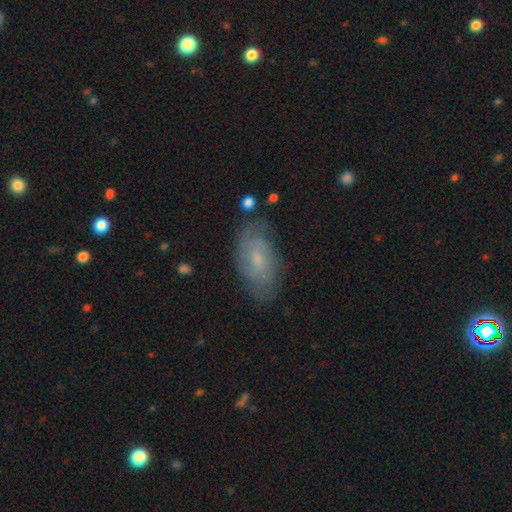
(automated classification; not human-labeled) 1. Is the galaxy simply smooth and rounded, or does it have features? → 41% featured or disk, 39% smooth, 20% star or artifact.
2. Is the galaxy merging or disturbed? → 81% none, 13% minor disturbance, 4% major disturbance, 2% merger.